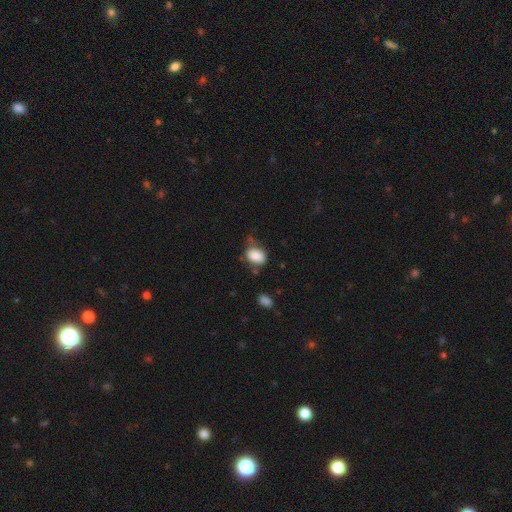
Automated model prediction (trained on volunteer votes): Smooth or featured?
  - smooth: 84% *
  - star or artifact: 8%
  - featured or disk: 7%
How rounded?
  - in between: 72% *
  - round: 27%
  - cigar-shaped: 1%
Merging?
  - none: 54% *
  - minor disturbance: 28%
  - major disturbance: 10%
  - merger: 8%